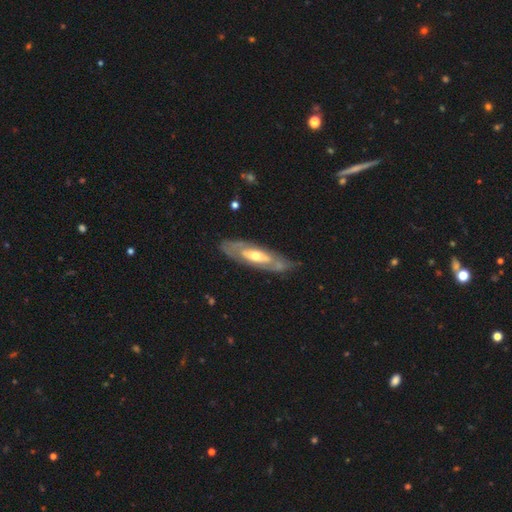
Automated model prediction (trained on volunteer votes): featured or disk 70%, smooth 26%, star or artifact 4%. Down the decision tree: edge-on disk — no (76%); bar — no (73%); spiral arms — no (60%); bulge size — moderate (65%); merging — none (77%).